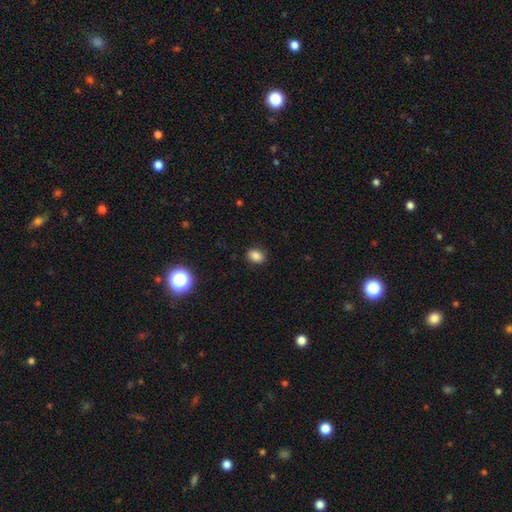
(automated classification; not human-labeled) This appears to be a smooth galaxy with no disk features (84%) that is in between round and cigar-shaped (62%). Merging: none (87%).